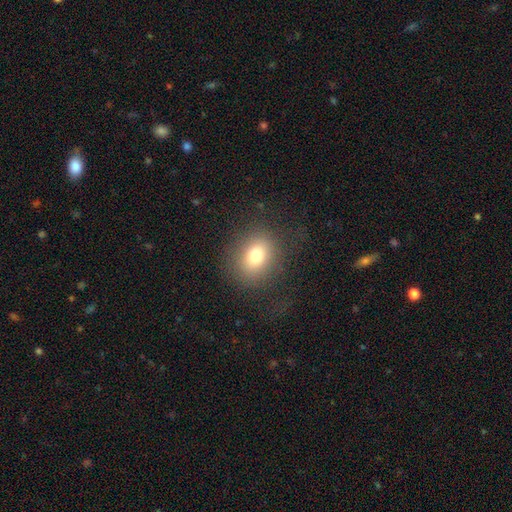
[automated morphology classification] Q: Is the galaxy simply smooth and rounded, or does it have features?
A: smooth — 76%.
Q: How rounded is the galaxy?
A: round — 54%.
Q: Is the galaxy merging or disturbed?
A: none — 78%.